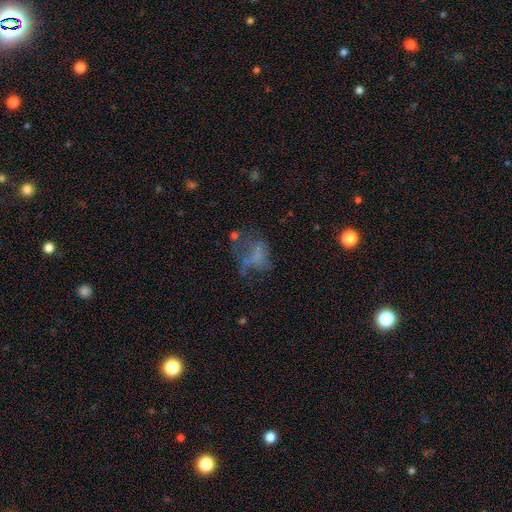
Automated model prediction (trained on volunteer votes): Smooth or featured? Predicted: featured or disk (p=0.41). Merging? Predicted: major disturbance (p=0.45).